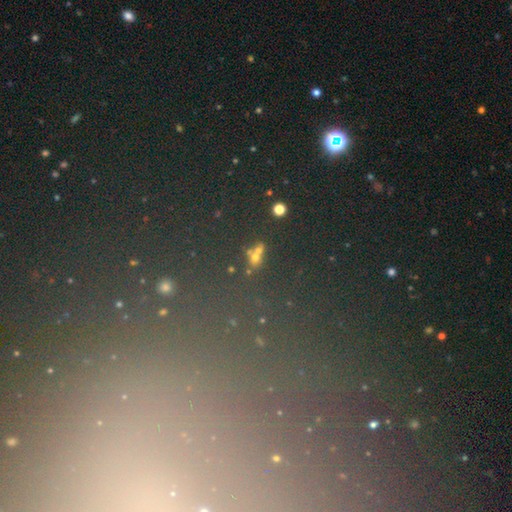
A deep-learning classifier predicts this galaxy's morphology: The model was most divided on "how rounded": in between: 48%, round: 45%, cigar-shaped: 7%. More confident: smooth or featured — smooth (57%); merging — none (52%).